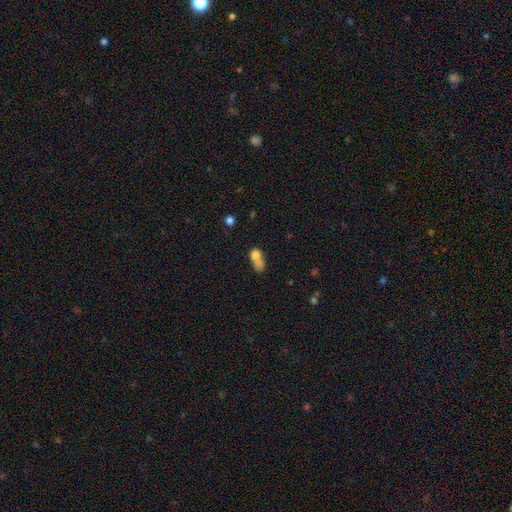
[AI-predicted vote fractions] This appears to be a smooth galaxy with no disk features (72%) that is in between round and cigar-shaped (56%). Merging: merger (60%).